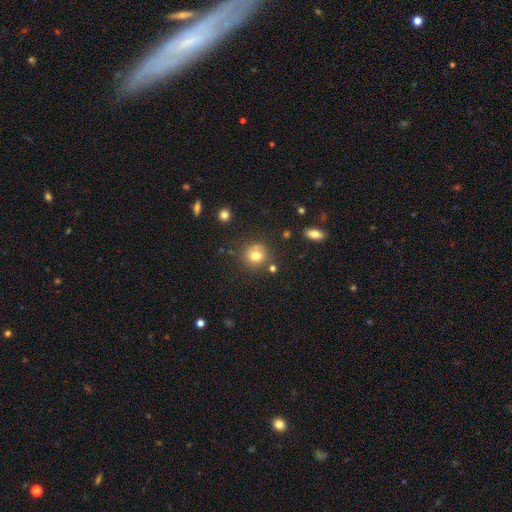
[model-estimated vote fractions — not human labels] Morphology: type=smooth (77%); roundness=round (87%); merging=none (74%).